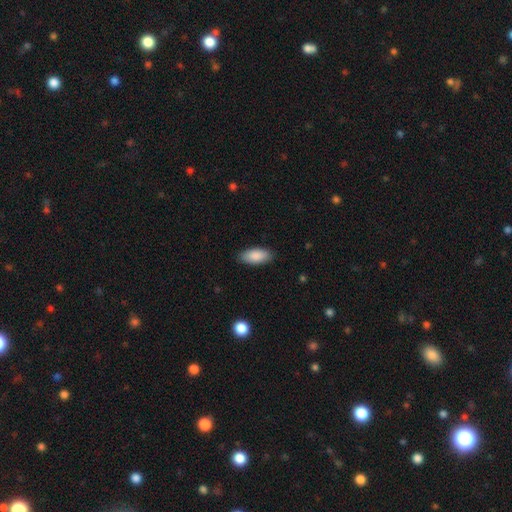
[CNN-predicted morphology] smooth_or_featured: smooth (p=0.89) [alt: star or artifact p=0.06]
how_rounded: in between (p=0.89) [alt: cigar-shaped p=0.09]
merging: none (p=0.87) [alt: minor disturbance p=0.10]